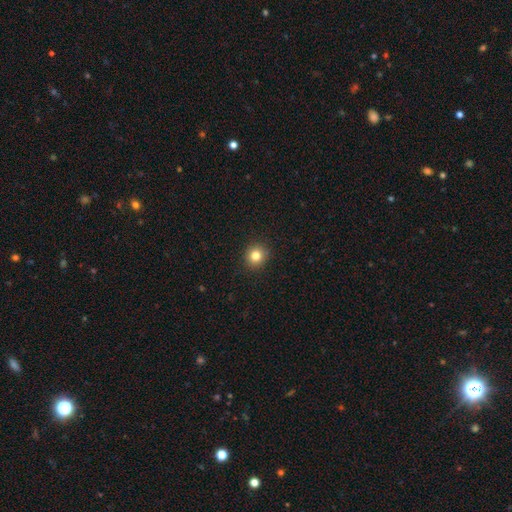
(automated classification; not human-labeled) This appears to be a smooth galaxy with no disk features (82%) that is round (90%). Merging: none (92%).